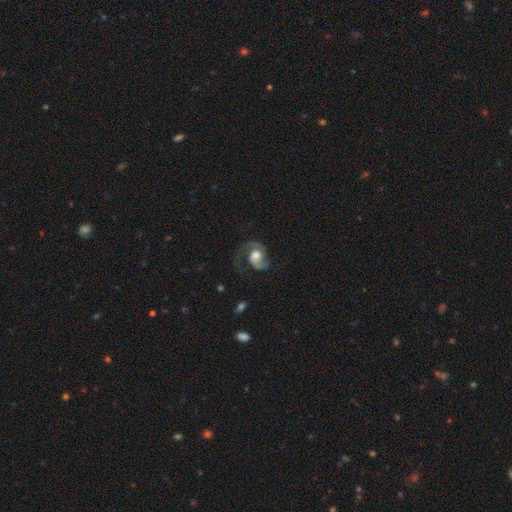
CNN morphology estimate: Smooth or featured? featured or disk (81%)
Edge-on disk? no (98%)
Bar? no (60%)
Spiral arms? yes (95%)
Spiral winding? medium (49%)
Spiral arm count? 2 (71%)
Bulge size? moderate (57%)
Merging? none (50%)